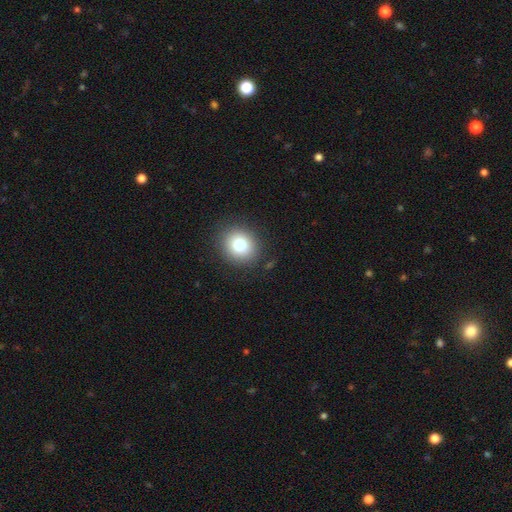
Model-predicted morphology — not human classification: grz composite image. It shows a smooth galaxy with no disk features (76%) that is round (81%). Merging: none (91%).